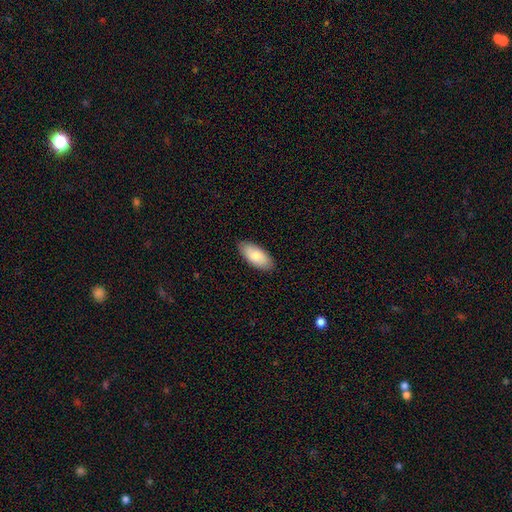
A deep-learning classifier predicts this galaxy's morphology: Smooth or featured?
  - smooth: 84% *
  - featured or disk: 10%
  - star or artifact: 6%
How rounded?
  - in between: 90% *
  - cigar-shaped: 8%
  - round: 2%
Merging?
  - none: 87% *
  - minor disturbance: 10%
  - major disturbance: 2%
  - merger: 1%